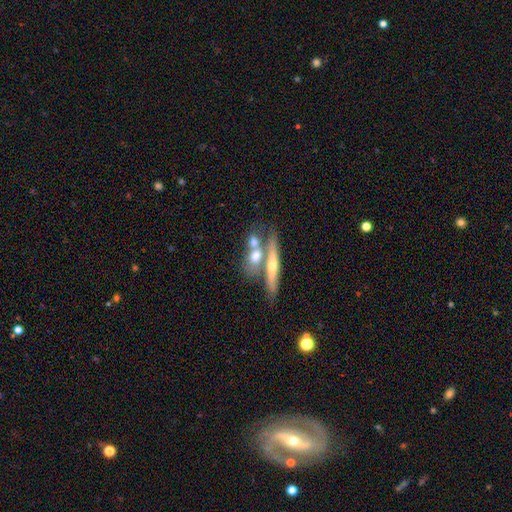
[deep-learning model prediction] Smooth or featured: smooth — 51% (featured or disk — 42%)
How rounded: cigar-shaped — 48% (in between — 35%)
Merging: merger — 44% (none — 40%)